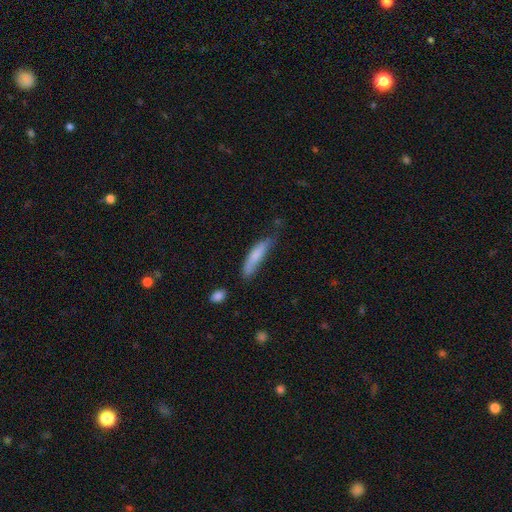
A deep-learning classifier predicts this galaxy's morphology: Q: Smooth or featured?
A: smooth (77%); runner-up: featured or disk (17%)
Q: How rounded?
A: cigar-shaped (81%); runner-up: in between (18%)
Q: Merging?
A: none (52%); runner-up: minor disturbance (34%)